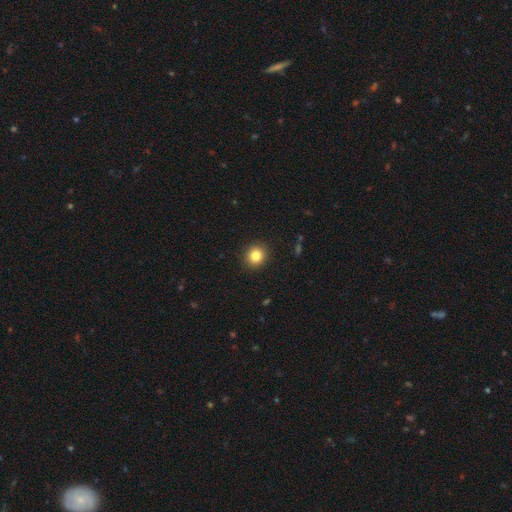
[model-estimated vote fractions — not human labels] A smooth galaxy with no disk features (83%) that is round (86%).

Vote fractions:
- Smooth or featured? smooth: 83% / star or artifact: 11% / featured or disk: 6%
- How rounded? round: 86% / in between: 13% / cigar-shaped: 1%
- Merging? none: 91% / minor disturbance: 6% / major disturbance: 2% / merger: 1%